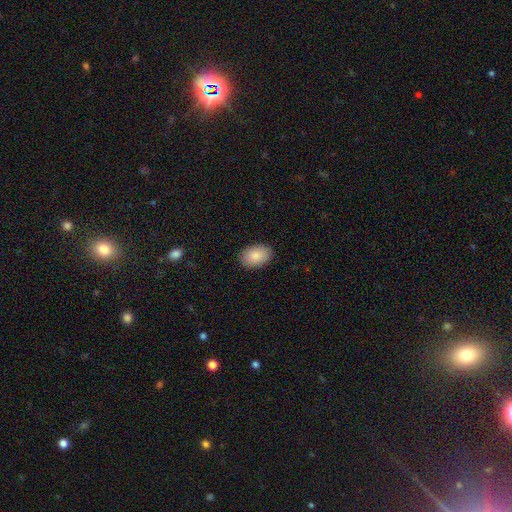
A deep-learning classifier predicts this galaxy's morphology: Smooth or featured?
  - smooth: 87% *
  - star or artifact: 7%
  - featured or disk: 7%
How rounded?
  - in between: 89% *
  - round: 10%
  - cigar-shaped: 1%
Merging?
  - none: 89% *
  - minor disturbance: 8%
  - major disturbance: 2%
  - merger: 1%